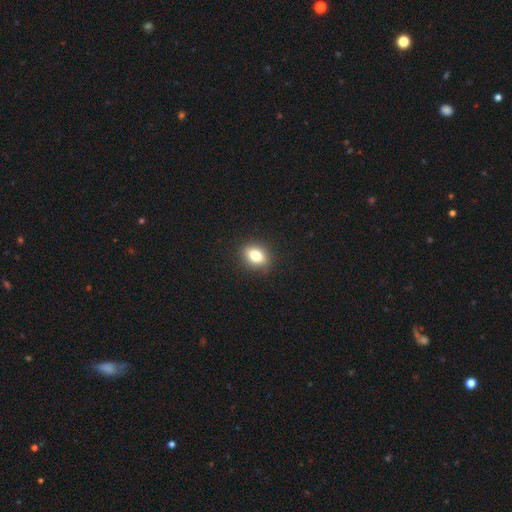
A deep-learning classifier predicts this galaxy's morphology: A smooth galaxy with no disk features (80%) that is in between round and cigar-shaped (68%). Merging: none (88%).